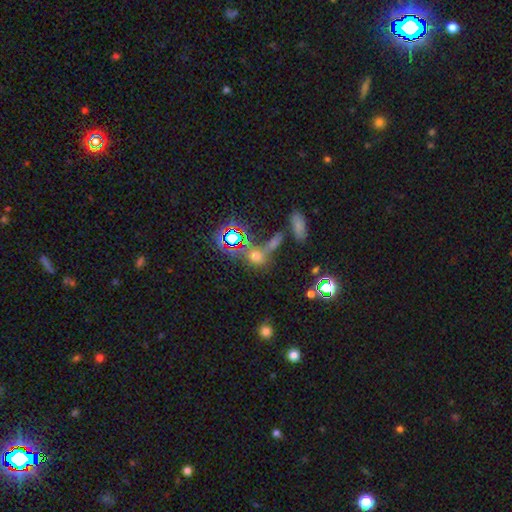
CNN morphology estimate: smooth-or-featured: smooth: 50% | star or artifact: 38% | featured or disk: 12%
  how-rounded: round: 46% (tied) | in between: 46% (tied) | cigar-shaped: 8%
  merging: none: 46% | merger: 33% | minor disturbance: 12% | major disturbance: 9%